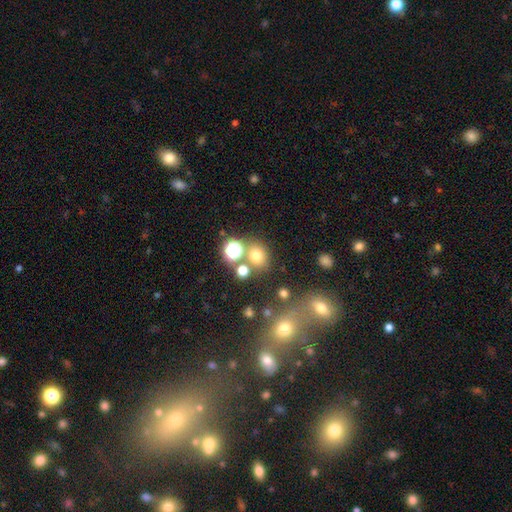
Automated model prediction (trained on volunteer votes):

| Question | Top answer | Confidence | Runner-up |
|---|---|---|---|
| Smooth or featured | smooth | 69% | star or artifact (22%) |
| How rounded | round | 73% | in between (26%) |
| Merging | none | 67% | merger (17%) |